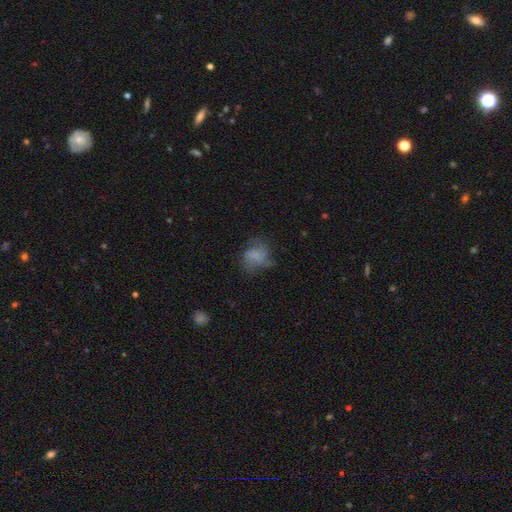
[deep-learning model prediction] Smooth or featured? Predicted: smooth (p=0.53). How rounded? Predicted: round (p=0.50). Merging? Predicted: none (p=0.47).